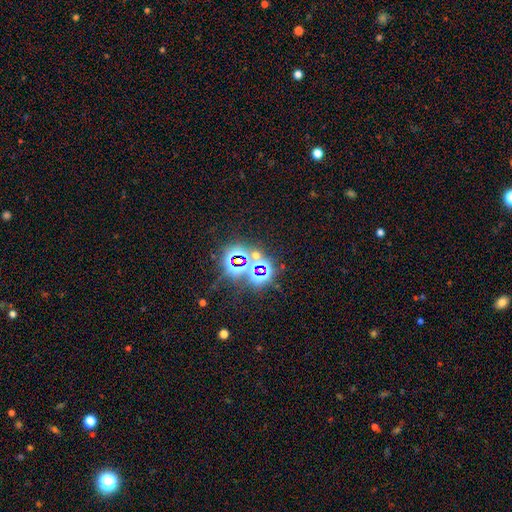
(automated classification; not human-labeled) Smooth or featured? star or artifact (77%)